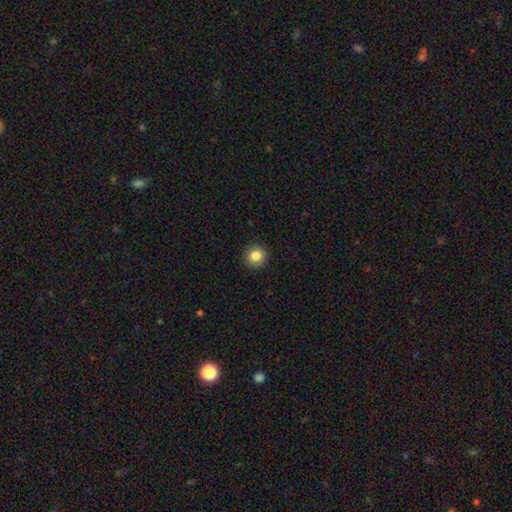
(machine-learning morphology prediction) smooth 84%, star or artifact 10%, featured or disk 6%. Down the decision tree: how rounded — round (92%); merging — none (91%).